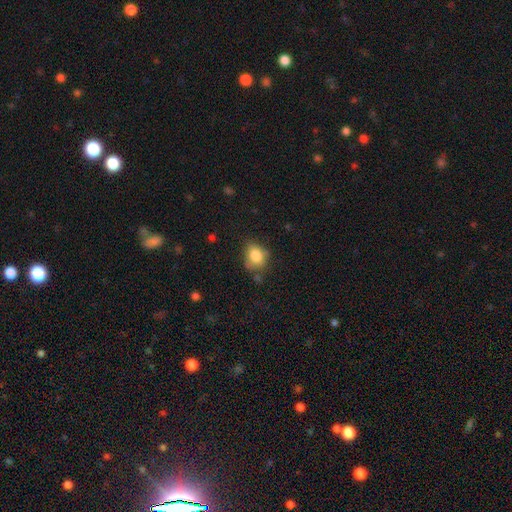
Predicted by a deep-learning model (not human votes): Overall: smooth (81%). How rounded: round (52%; in between 47%). Merging: none (61%; minor disturbance 26%).